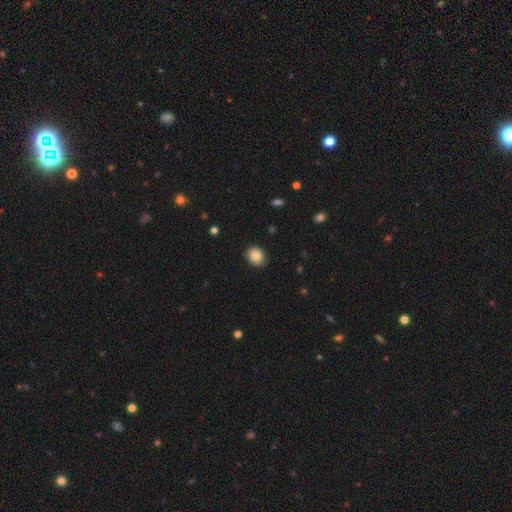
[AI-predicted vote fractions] smooth_or_featured: smooth (p=0.86) [alt: star or artifact p=0.09]
how_rounded: round (p=0.56) [alt: in between p=0.44]
merging: none (p=0.88) [alt: minor disturbance p=0.09]